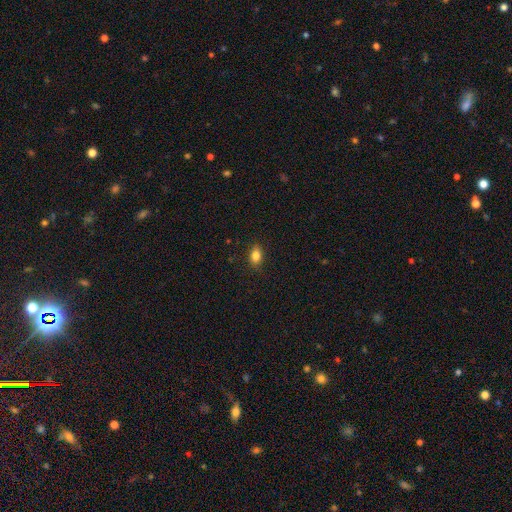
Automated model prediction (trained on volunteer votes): A smooth galaxy with no disk features (84%) that is in between round and cigar-shaped (80%).

Vote fractions:
- Smooth or featured? smooth: 84% / star or artifact: 9% / featured or disk: 7%
- How rounded? in between: 80% / round: 17% / cigar-shaped: 3%
- Merging? none: 86% / minor disturbance: 10% / major disturbance: 2% / merger: 1%